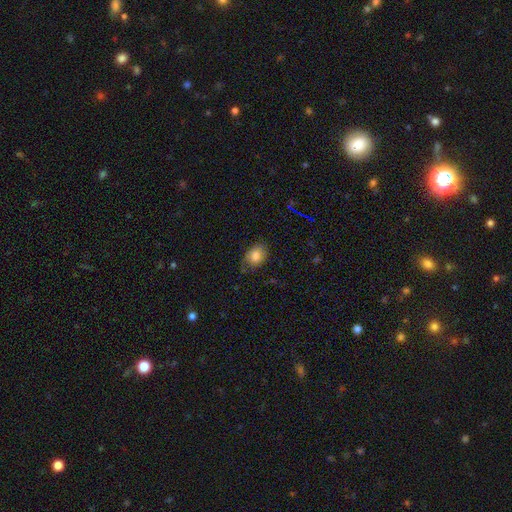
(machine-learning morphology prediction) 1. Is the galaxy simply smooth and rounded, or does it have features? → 82% smooth, 10% star or artifact, 8% featured or disk.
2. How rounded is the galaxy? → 66% in between, 32% round, 1% cigar-shaped.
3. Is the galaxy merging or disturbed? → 73% none, 22% minor disturbance, 4% major disturbance, 1% merger.